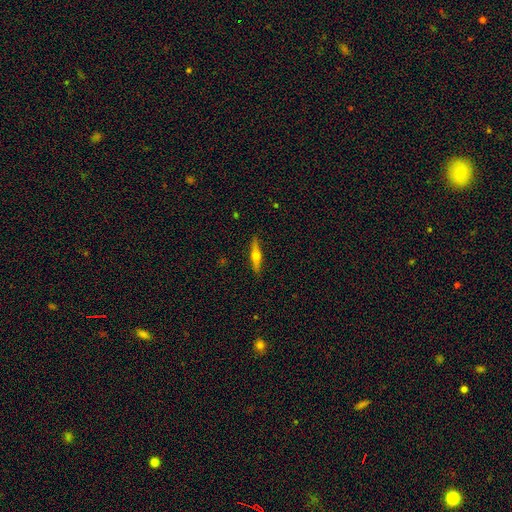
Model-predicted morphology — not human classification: Overall: featured or disk (61%; smooth 32%). Edge-on disk: yes (97%). Edge-on bulge: rounded (92%). Merging: none (89%).